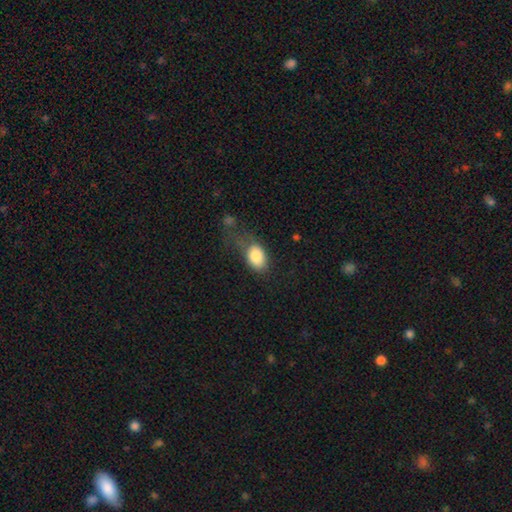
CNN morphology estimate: Smooth or featured? Predicted: smooth (p=0.84). How rounded? Predicted: in between (p=0.85). Merging? Predicted: none (p=0.38).